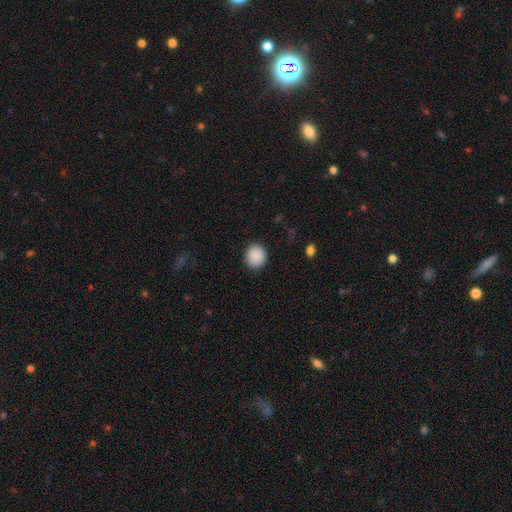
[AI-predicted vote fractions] Overall: smooth (90%). How rounded: round (83%). Merging: none (90%).